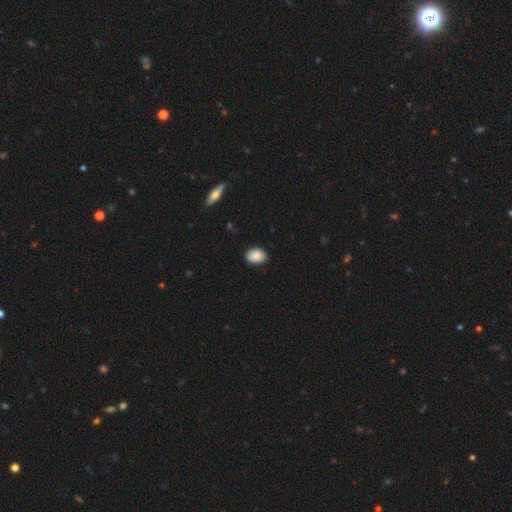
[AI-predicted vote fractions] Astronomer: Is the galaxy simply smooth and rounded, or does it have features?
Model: smooth — 89%.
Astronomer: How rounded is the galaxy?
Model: in between — 79%.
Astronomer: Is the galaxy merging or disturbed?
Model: none — 88%.